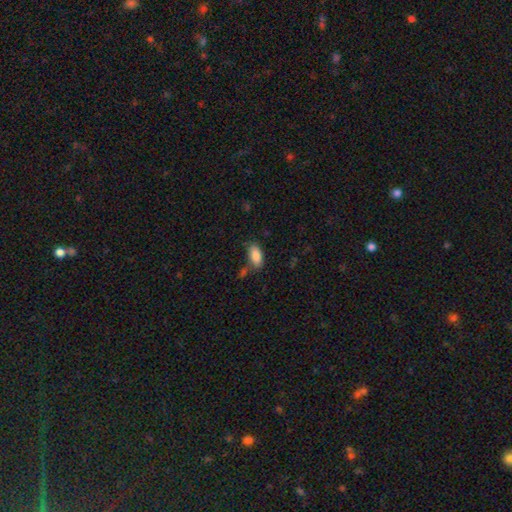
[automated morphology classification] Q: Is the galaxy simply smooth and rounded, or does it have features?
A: smooth — 87%.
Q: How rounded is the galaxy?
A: in between — 90%.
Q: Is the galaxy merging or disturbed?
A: none — 68%.